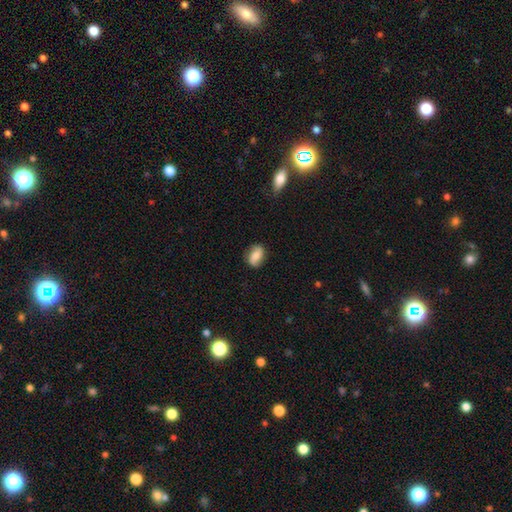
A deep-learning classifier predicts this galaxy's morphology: smooth-or-featured: smooth: 57% | featured or disk: 35% | star or artifact: 8%
  how-rounded: in between: 79% | round: 17% | cigar-shaped: 4%
  merging: none: 81% | minor disturbance: 14% | major disturbance: 4% | merger: 1%